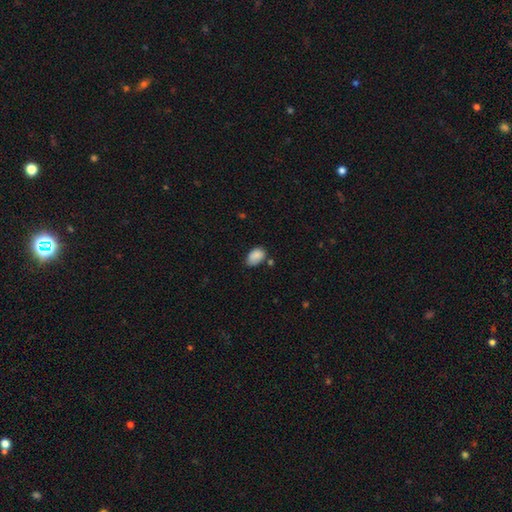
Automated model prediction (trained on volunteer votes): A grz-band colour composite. It shows a smooth galaxy with no disk features (86%) that is in between round and cigar-shaped (89%). Merging: none (59%).